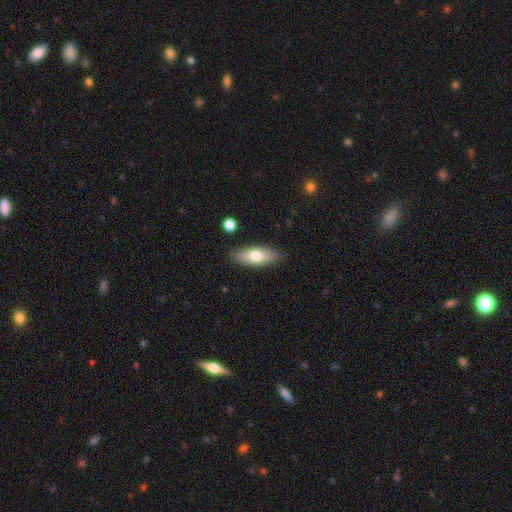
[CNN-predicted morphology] Smooth or featured: smooth — 70% (featured or disk — 24%)
How rounded: in between — 68% (cigar-shaped — 30%)
Merging: none — 85% (minor disturbance — 10%)